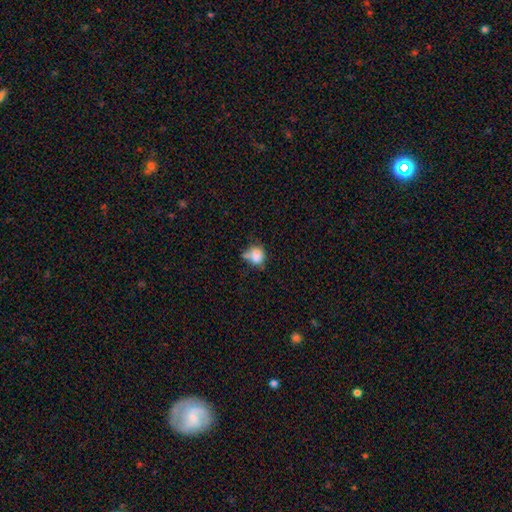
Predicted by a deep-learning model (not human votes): Smooth or featured?
  - smooth: 74% *
  - featured or disk: 14%
  - star or artifact: 11%
How rounded?
  - round: 51% *
  - in between: 47%
  - cigar-shaped: 2%
Merging?
  - none: 34% *
  - merger: 31%
  - minor disturbance: 23%
  - major disturbance: 12%